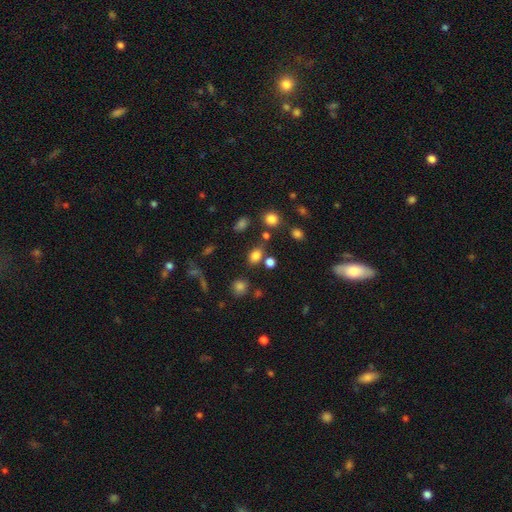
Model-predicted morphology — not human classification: smooth 78%, star or artifact 16%, featured or disk 6%. Down the decision tree: how rounded — in between (69%); merging — none (71%).